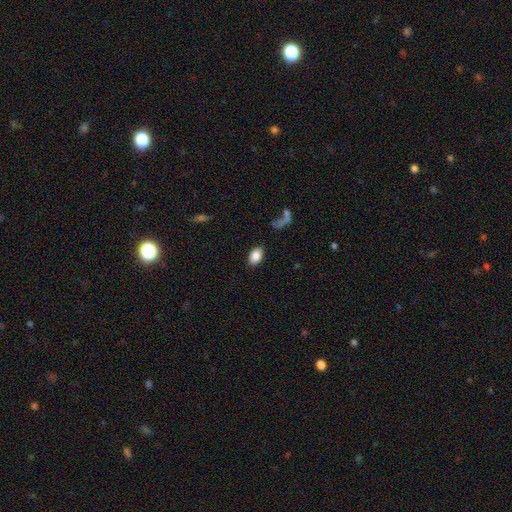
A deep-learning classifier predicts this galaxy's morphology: A smooth galaxy with no disk features (86%) that is in between round and cigar-shaped (91%). Merging: none (86%).